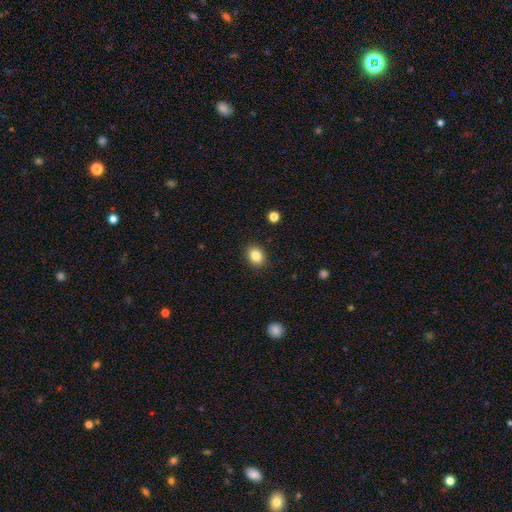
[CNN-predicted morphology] Overall: smooth (84%). How rounded: in between (51%; round 49%). Merging: none (89%).